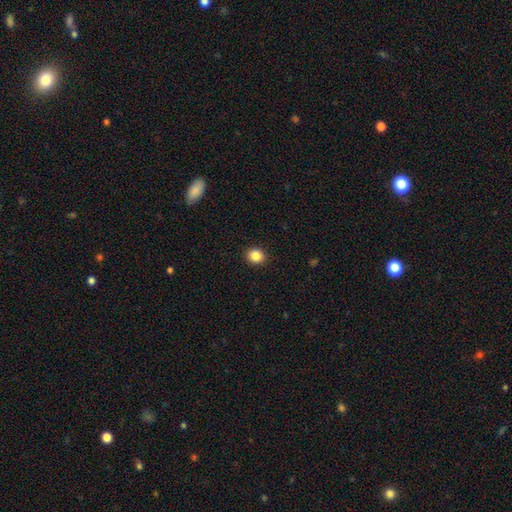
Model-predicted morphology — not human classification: This appears to be a smooth galaxy with no disk features (85%) that is round (74%). Merging: none (91%).